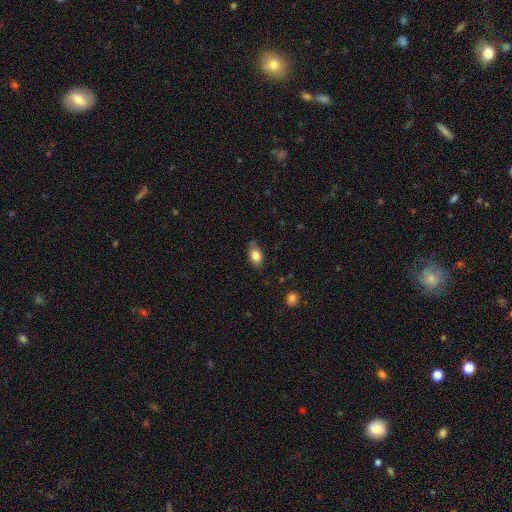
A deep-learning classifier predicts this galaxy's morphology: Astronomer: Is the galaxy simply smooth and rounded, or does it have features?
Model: smooth — 82%.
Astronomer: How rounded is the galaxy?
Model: in between — 83%.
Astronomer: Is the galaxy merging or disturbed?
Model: none — 73%.